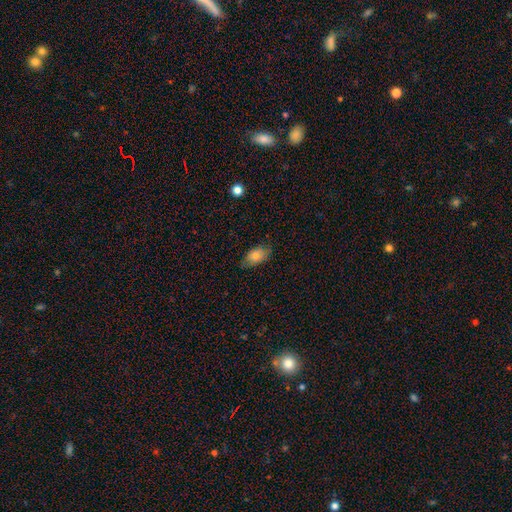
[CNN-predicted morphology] Smooth or featured? smooth (78%)
How rounded? in between (91%)
Merging? none (73%)